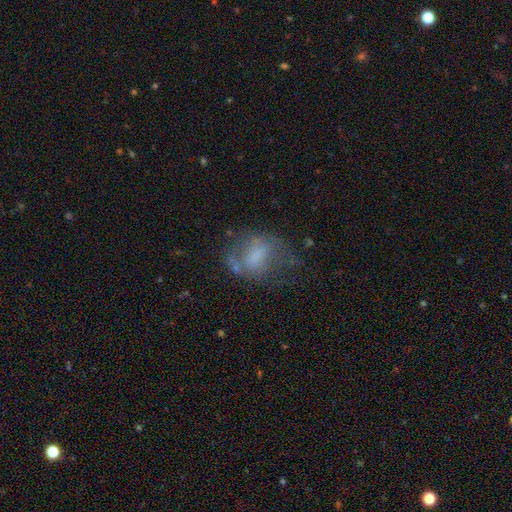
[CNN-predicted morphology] A smooth galaxy with no disk features (43%, tied with featured or disk).

Vote fractions:
- Smooth or featured? smooth: 43% (tied) / featured or disk: 43% (tied) / star or artifact: 14%
- Merging? none: 43% / major disturbance: 26% / minor disturbance: 24% / merger: 6%